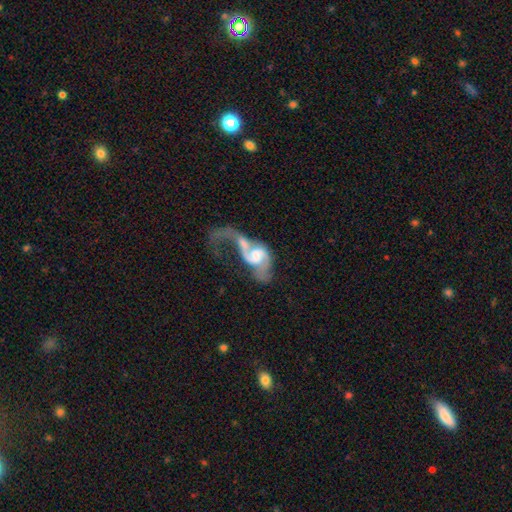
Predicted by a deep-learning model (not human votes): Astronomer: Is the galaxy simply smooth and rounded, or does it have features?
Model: featured or disk — 80%.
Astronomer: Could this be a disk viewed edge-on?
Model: no — 97%.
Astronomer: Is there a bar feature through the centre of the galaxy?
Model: weak — 45% (runner-up: no, 42%).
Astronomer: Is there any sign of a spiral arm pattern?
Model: yes — 88%.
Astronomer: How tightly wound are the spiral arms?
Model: loose — 59%.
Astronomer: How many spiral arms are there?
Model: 2 — 71%.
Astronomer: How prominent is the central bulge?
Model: moderate — 41% (runner-up: small, 25%).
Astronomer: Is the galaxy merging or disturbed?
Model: major disturbance — 42% (runner-up: merger, 35%).